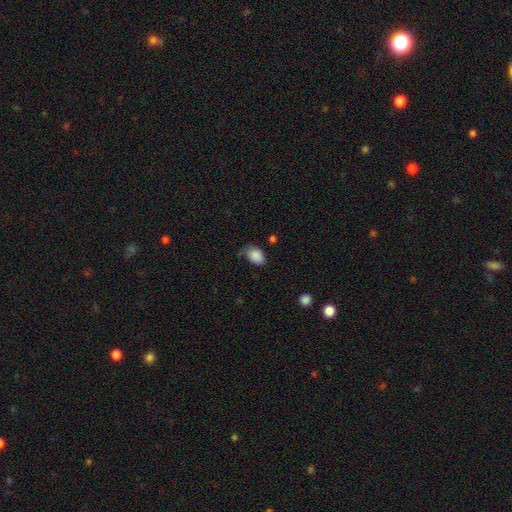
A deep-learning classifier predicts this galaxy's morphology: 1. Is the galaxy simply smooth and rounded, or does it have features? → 85% smooth, 7% featured or disk, 7% star or artifact.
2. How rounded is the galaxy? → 81% in between, 18% round, 1% cigar-shaped.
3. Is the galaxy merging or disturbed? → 47% none, 34% minor disturbance, 16% major disturbance, 3% merger.